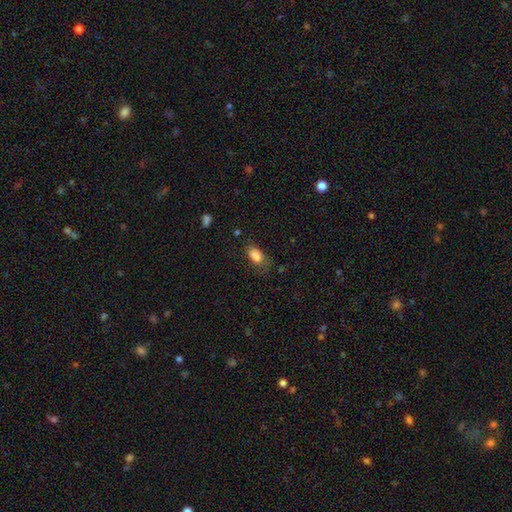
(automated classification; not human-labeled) smooth_or_featured: smooth (p=0.83) [alt: star or artifact p=0.09]
how_rounded: in between (p=0.89) [alt: round p=0.08]
merging: none (p=0.53) [alt: minor disturbance p=0.28]